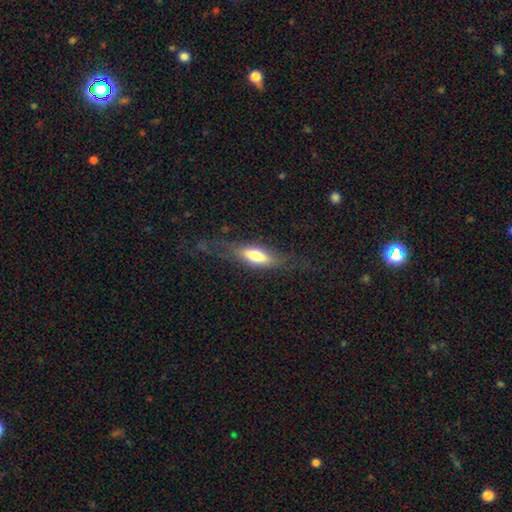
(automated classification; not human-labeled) This is possibly a smooth galaxy (54%). How rounded: possibly in between (53%). Merging: likely none (61%).